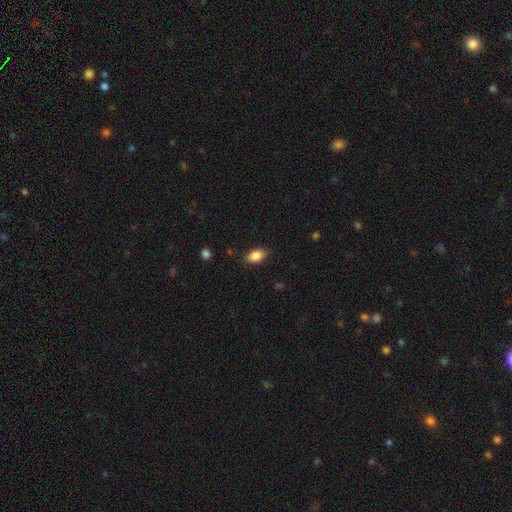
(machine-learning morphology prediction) smooth_or_featured: smooth (p=0.86) [alt: star or artifact p=0.08]
how_rounded: in between (p=0.89) [alt: round p=0.08]
merging: none (p=0.84) [alt: minor disturbance p=0.12]